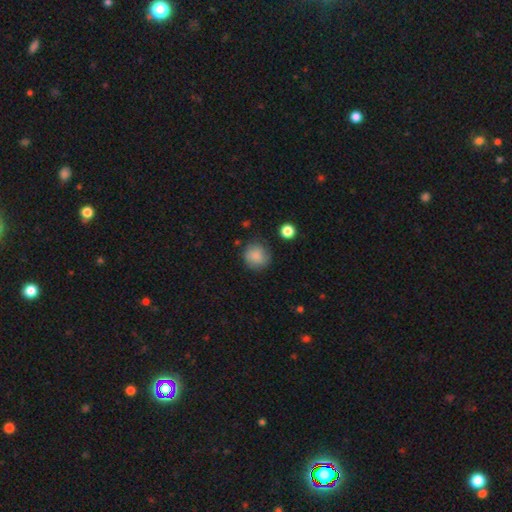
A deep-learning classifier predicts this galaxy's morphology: Smooth or featured?
  - smooth: 84% *
  - star or artifact: 8%
  - featured or disk: 8%
How rounded?
  - round: 90% *
  - in between: 9%
  - cigar-shaped: 1%
Merging?
  - none: 78% *
  - minor disturbance: 16%
  - major disturbance: 4%
  - merger: 2%